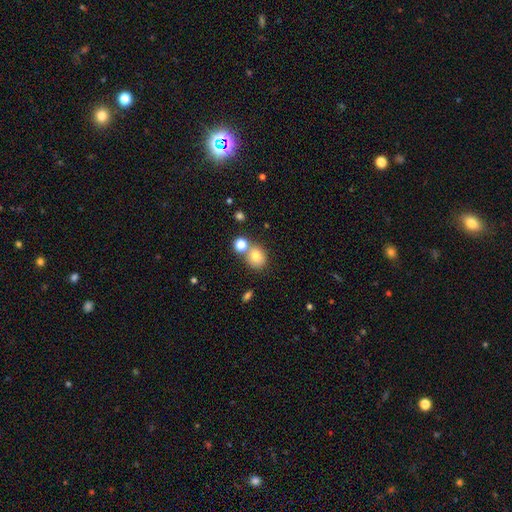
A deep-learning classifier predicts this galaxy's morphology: Smooth or featured? Predicted: smooth (p=0.77). How rounded? Predicted: round (p=0.72). Merging? Predicted: none (p=0.58).